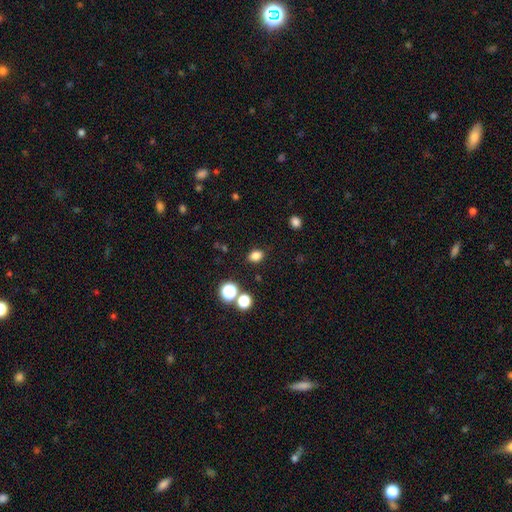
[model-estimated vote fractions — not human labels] This appears to be a smooth galaxy with no disk features (81%) that is in between round and cigar-shaped (64%). Merging: none (85%).